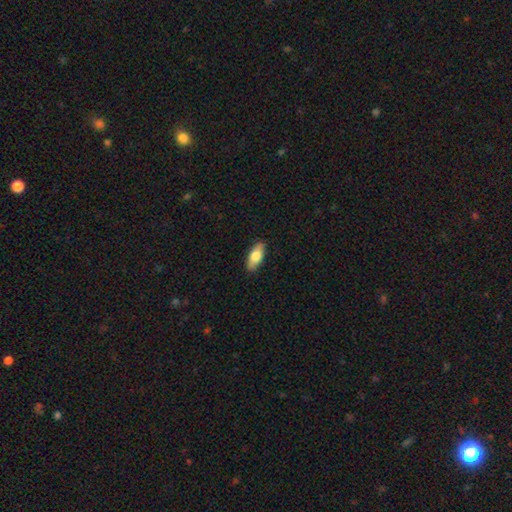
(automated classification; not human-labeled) The model was most divided on "smooth or featured": smooth: 73%, featured or disk: 21%, star or artifact: 6%. More confident: merging — none (88%); how rounded — in between (81%).